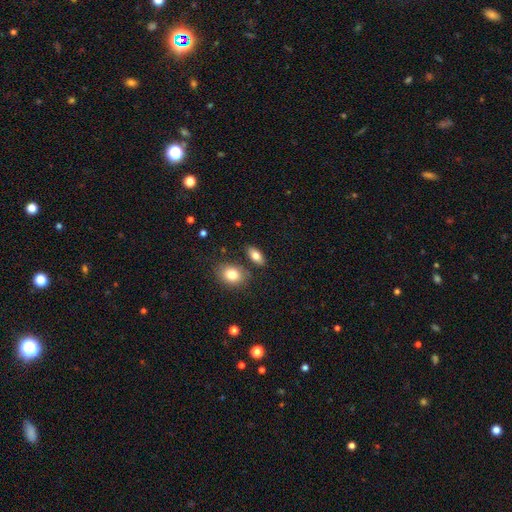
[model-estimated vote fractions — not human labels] Smooth or featured?
  - smooth: 79% *
  - featured or disk: 13%
  - star or artifact: 8%
How rounded?
  - in between: 87% *
  - cigar-shaped: 7%
  - round: 6%
Merging?
  - none: 79% *
  - minor disturbance: 10%
  - merger: 7%
  - major disturbance: 3%